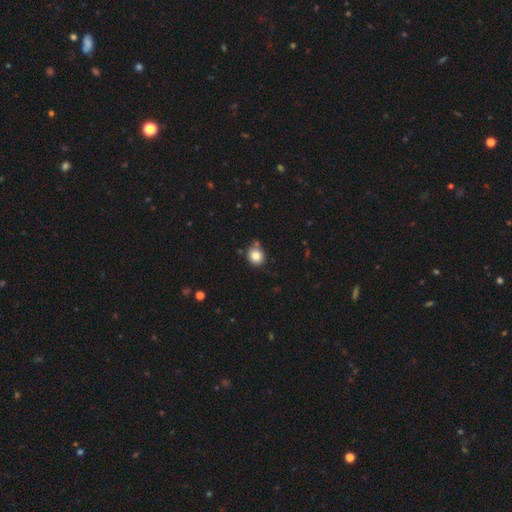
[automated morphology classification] This appears to be a smooth galaxy with no disk features (83%) that is round (81%). Merging: none (76%).